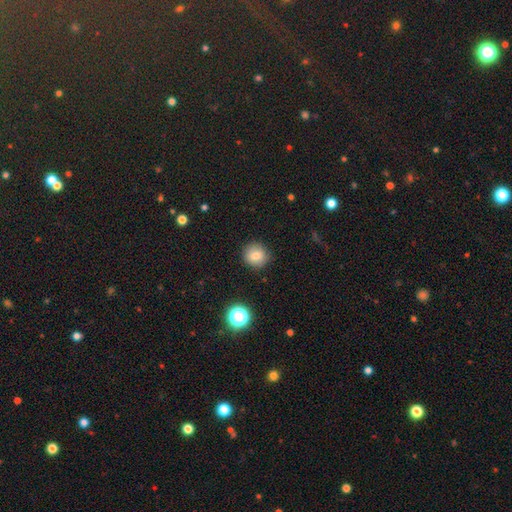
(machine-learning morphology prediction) Overall: smooth (78%). How rounded: round (93%). Merging: none (90%).